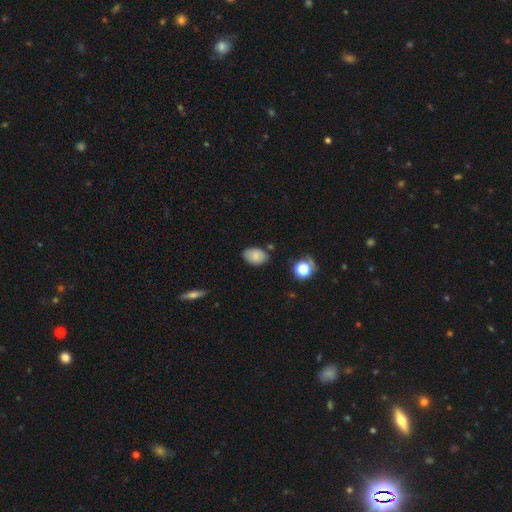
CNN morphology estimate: A smooth galaxy with no disk features (81%) that is in between round and cigar-shaped (85%).

Vote fractions:
- Smooth or featured? smooth: 81% / star or artifact: 10% / featured or disk: 9%
- How rounded? in between: 85% / round: 14% / cigar-shaped: 1%
- Merging? none: 75% / minor disturbance: 18% / major disturbance: 4% / merger: 3%